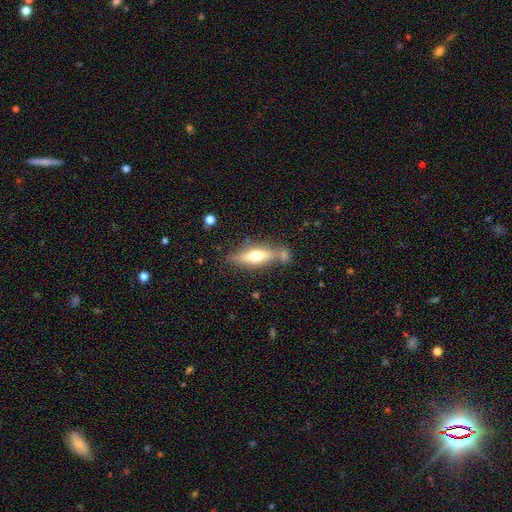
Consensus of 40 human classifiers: Volunteers were most divided on "smooth or featured": featured or disk: 57%, smooth: 38%, star or artifact: 5%. Remaining: edge-on bulge — rounded (100%); edge-on disk — yes (78%); merging — none (47%).